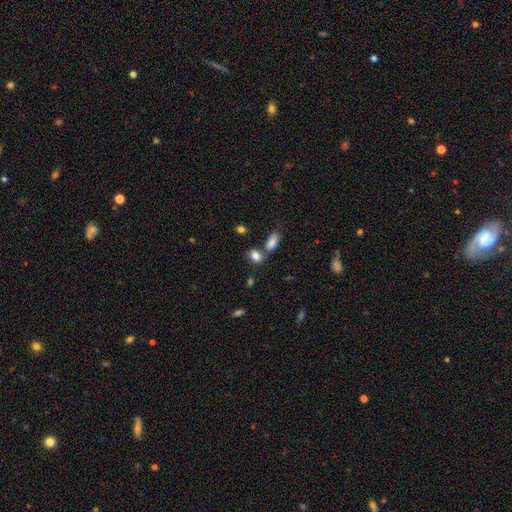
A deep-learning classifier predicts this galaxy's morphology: Overall: smooth (82%). How rounded: in between (82%). Merging: none (52%; merger 31%).